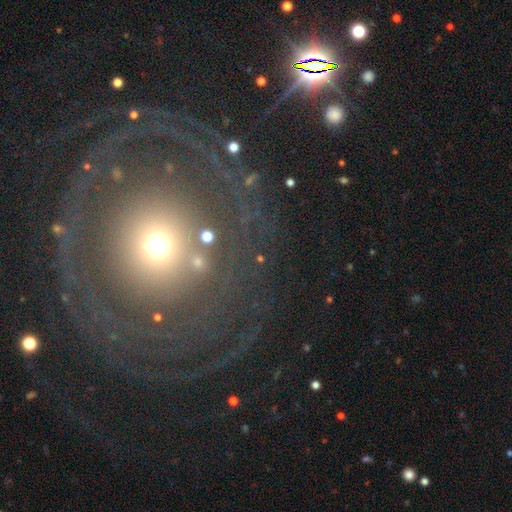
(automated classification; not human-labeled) smooth-or-featured: featured or disk: 54% | smooth: 30% | star or artifact: 15%
  disk-edge-on: no: 95% | yes: 5%
    bar: no: 88% | weak: 8% | strong: 4%
    has-spiral-arms: no: 58% | yes: 42%
    bulge-size: moderate: 45% | small: 38% | large: 12% | dominant: 4% | none: 2%
  merging: none: 75% | major disturbance: 12% | minor disturbance: 11% | merger: 2%